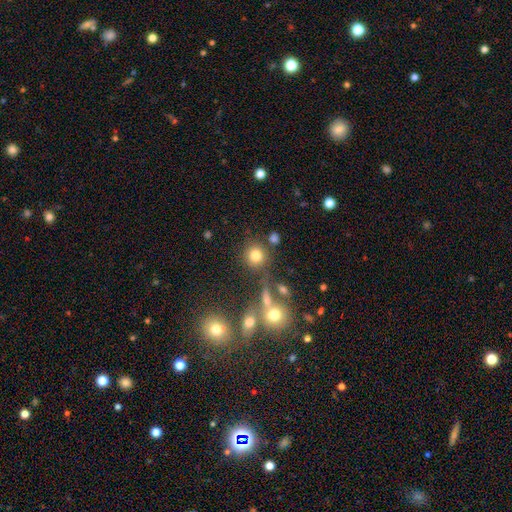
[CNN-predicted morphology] A smooth galaxy with no disk features (77%) that is round (88%).

Vote fractions:
- Smooth or featured? smooth: 77% / star or artifact: 14% / featured or disk: 9%
- How rounded? round: 88% / in between: 11% / cigar-shaped: 1%
- Merging? none: 74% / merger: 11% / minor disturbance: 10% / major disturbance: 5%